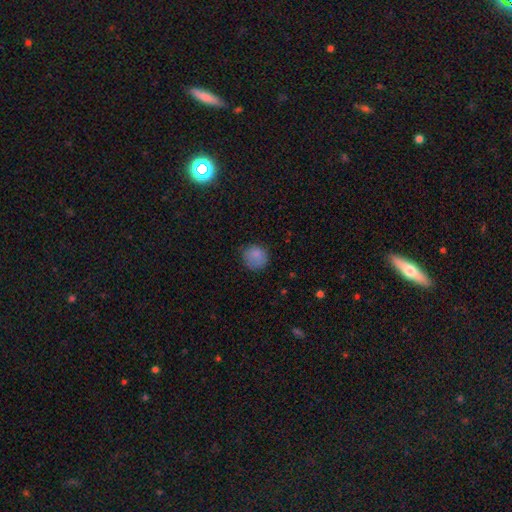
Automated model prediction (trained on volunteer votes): smooth-or-featured: smooth: 84% | star or artifact: 10% | featured or disk: 7%
  how-rounded: round: 88% | in between: 11% | cigar-shaped: 1%
  merging: none: 75% | minor disturbance: 19% | major disturbance: 5% | merger: 1%